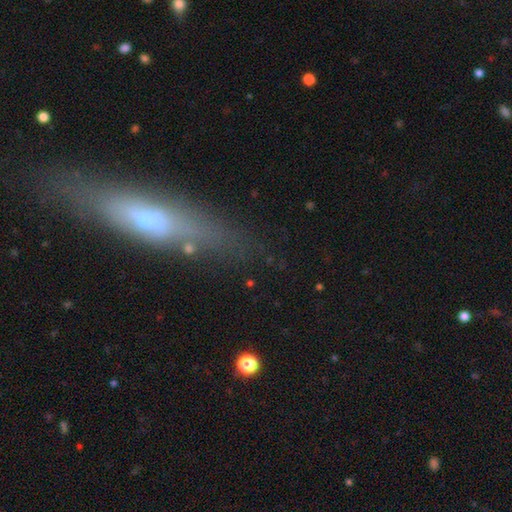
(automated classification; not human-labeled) Overall: featured or disk (45%; smooth 42%). Merging: none (76%).